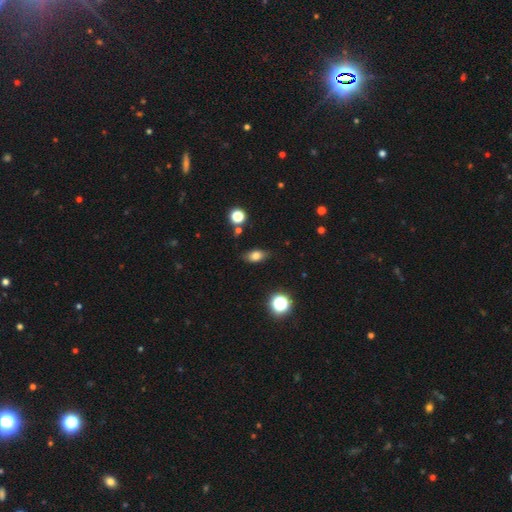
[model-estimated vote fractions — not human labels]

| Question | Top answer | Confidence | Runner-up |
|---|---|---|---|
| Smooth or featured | smooth | 77% | star or artifact (12%) |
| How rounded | in between | 82% | round (13%) |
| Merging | none | 79% | minor disturbance (15%) |